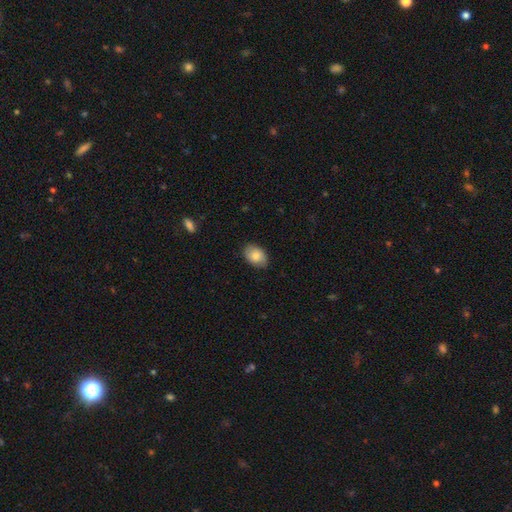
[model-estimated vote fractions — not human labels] smooth_or_featured: smooth (p=0.80) [alt: featured or disk p=0.13]
how_rounded: in between (p=0.85) [alt: round p=0.14]
merging: none (p=0.84) [alt: minor disturbance p=0.13]